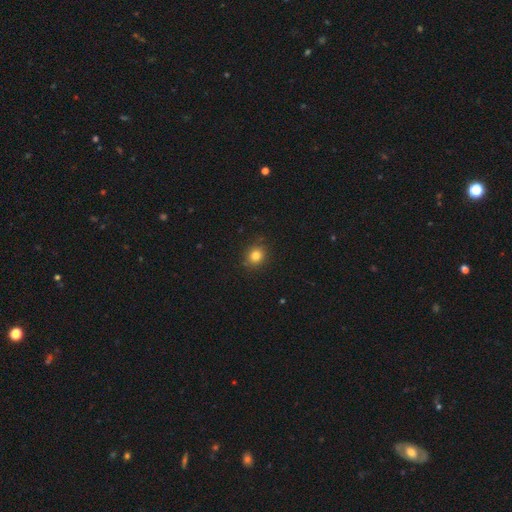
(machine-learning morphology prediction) Q: Smooth or featured?
A: smooth (82%); runner-up: star or artifact (12%)
Q: How rounded?
A: round (77%); runner-up: in between (22%)
Q: Merging?
A: none (87%); runner-up: minor disturbance (9%)